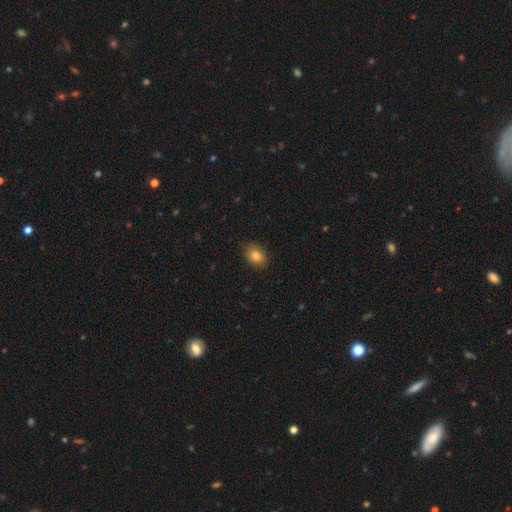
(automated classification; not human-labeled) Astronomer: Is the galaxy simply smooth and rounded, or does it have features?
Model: smooth — 84%.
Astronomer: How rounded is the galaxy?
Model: in between — 62% (runner-up: round, 37%).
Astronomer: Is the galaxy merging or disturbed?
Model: none — 88%.